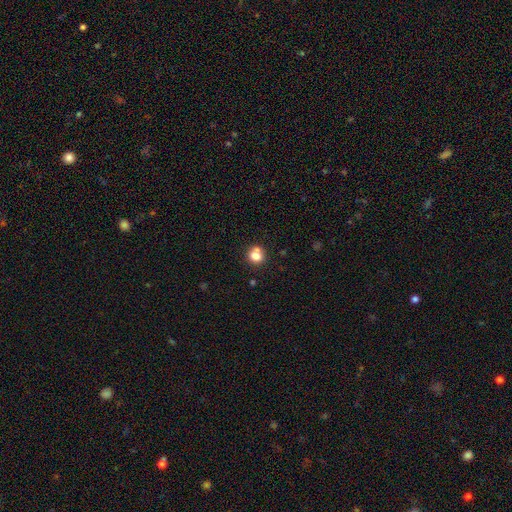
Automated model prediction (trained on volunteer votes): smooth-or-featured: smooth: 79% | star or artifact: 11% | featured or disk: 10%
  how-rounded: round: 85% | in between: 14% | cigar-shaped: 1%
  merging: none: 64% | merger: 20% | minor disturbance: 12% | major disturbance: 4%